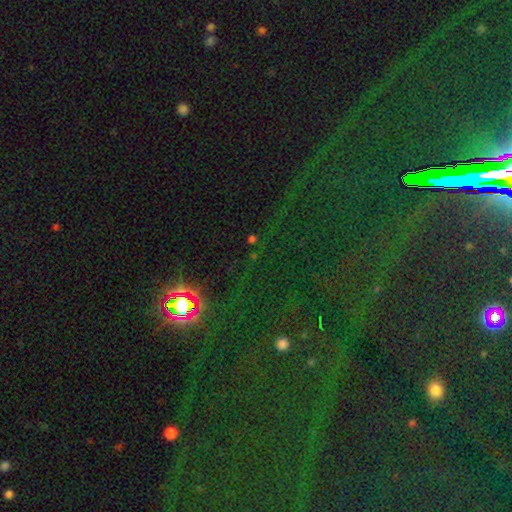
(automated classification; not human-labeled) smooth_or_featured: star or artifact (p=0.82) [alt: smooth p=0.10]